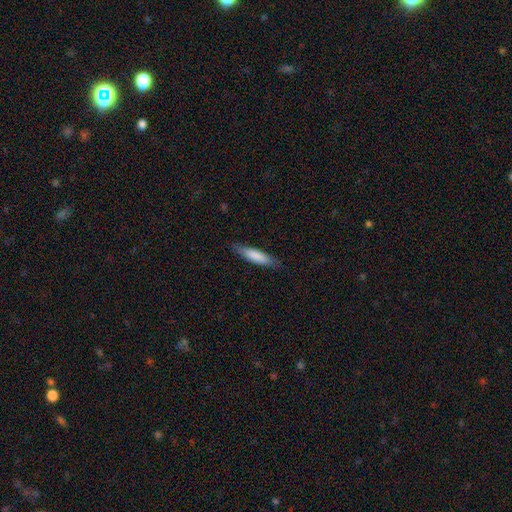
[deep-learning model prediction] The model was most divided on "how rounded": cigar-shaped: 78%, in between: 21%, round: 1%. More confident: merging — none (85%); smooth or featured — smooth (80%).